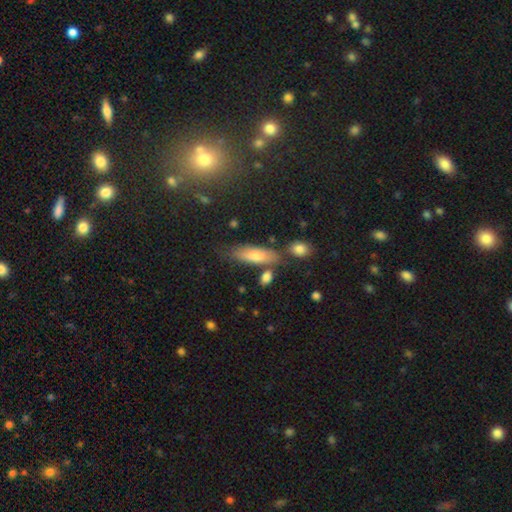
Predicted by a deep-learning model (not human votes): This appears to be a smooth galaxy with no disk features (71%) that is in between round and cigar-shaped (53%). Merging: none (69%).